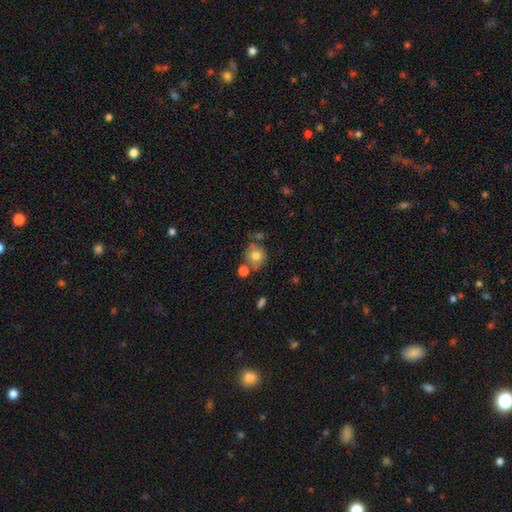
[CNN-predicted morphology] smooth_or_featured: smooth (p=0.74) [alt: featured or disk p=0.16]
how_rounded: round (p=0.78) [alt: in between p=0.21]
merging: none (p=0.58) [alt: merger p=0.20]